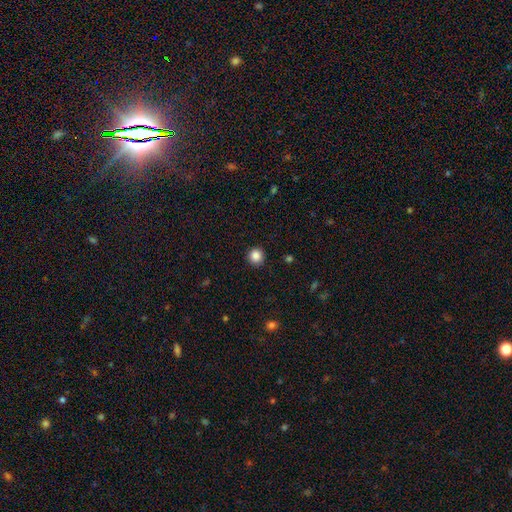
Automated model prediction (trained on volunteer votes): A smooth galaxy with no disk features (86%) that is round (94%). Merging: none (91%).